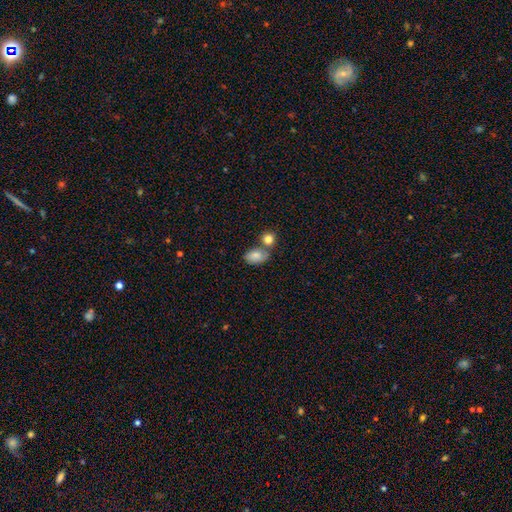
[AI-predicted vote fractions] This is clearly a smooth galaxy (83%). How rounded: clearly in between (84%). Merging: possibly none (49%).